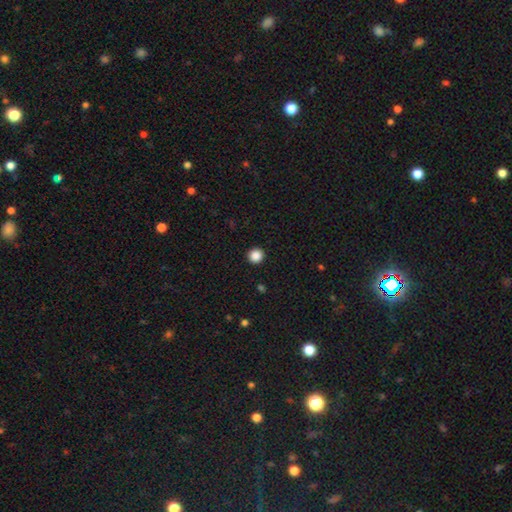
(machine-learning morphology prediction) smooth_or_featured: smooth (p=0.87) [alt: star or artifact p=0.10]
how_rounded: round (p=0.94) [alt: in between p=0.05]
merging: none (p=0.93) [alt: minor disturbance p=0.04]